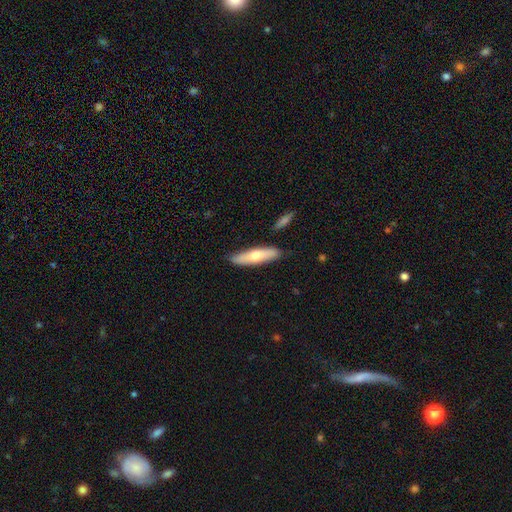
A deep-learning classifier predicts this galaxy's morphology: Smooth or featured?
  - smooth: 62% *
  - featured or disk: 33%
  - star or artifact: 5%
How rounded?
  - cigar-shaped: 65% *
  - in between: 33%
  - round: 2%
Merging?
  - none: 83% *
  - minor disturbance: 12%
  - merger: 3%
  - major disturbance: 2%